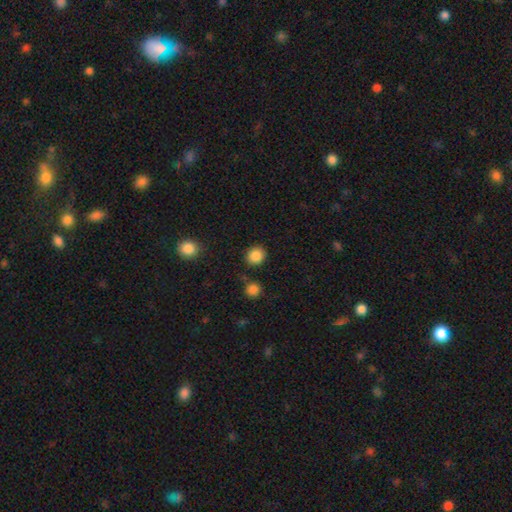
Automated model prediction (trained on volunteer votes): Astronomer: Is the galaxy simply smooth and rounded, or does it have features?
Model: smooth — 86%.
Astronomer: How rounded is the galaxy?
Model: round — 85%.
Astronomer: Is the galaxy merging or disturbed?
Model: none — 87%.